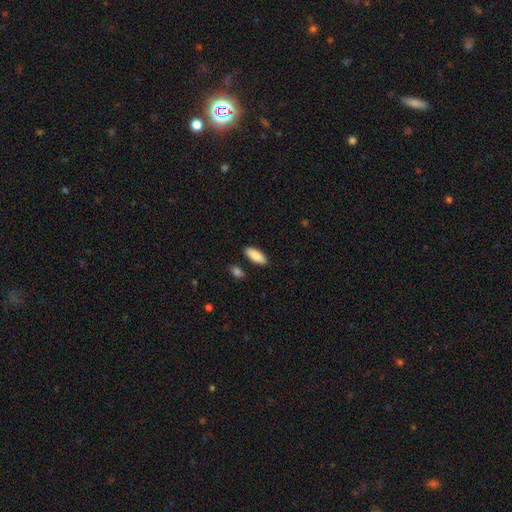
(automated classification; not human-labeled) A smooth galaxy with no disk features (89%) that is in between round and cigar-shaped (81%).

Vote fractions:
- Smooth or featured? smooth: 89% / star or artifact: 6% / featured or disk: 5%
- How rounded? in between: 81% / cigar-shaped: 17% / round: 2%
- Merging? none: 86% / minor disturbance: 9% / merger: 3% / major disturbance: 2%